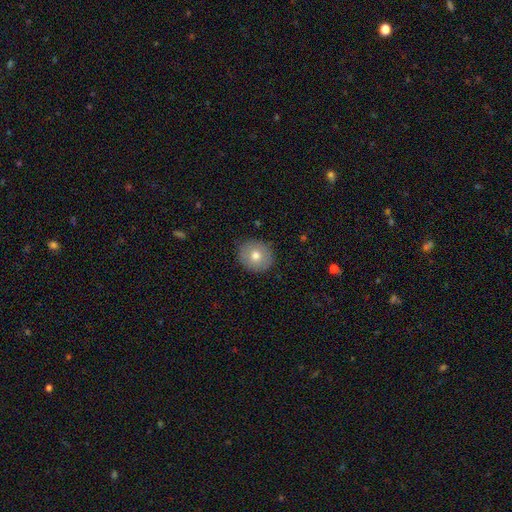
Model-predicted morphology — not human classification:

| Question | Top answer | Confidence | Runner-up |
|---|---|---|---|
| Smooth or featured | smooth | 73% | featured or disk (18%) |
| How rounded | round | 83% | in between (16%) |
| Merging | none | 90% | minor disturbance (7%) |